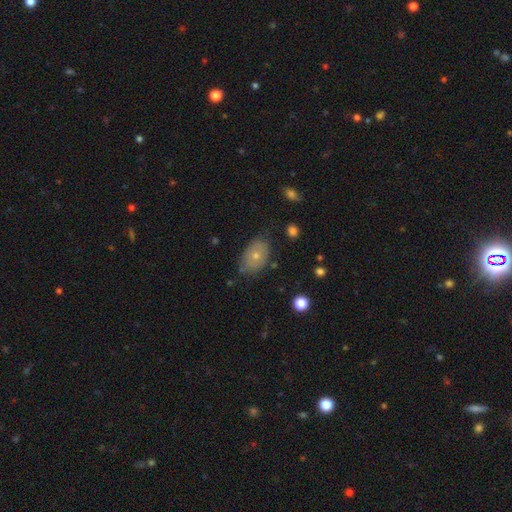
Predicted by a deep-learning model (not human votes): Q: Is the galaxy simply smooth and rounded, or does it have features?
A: smooth — 65%.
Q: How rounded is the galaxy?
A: in between — 84%.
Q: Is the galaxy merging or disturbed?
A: none — 70%.